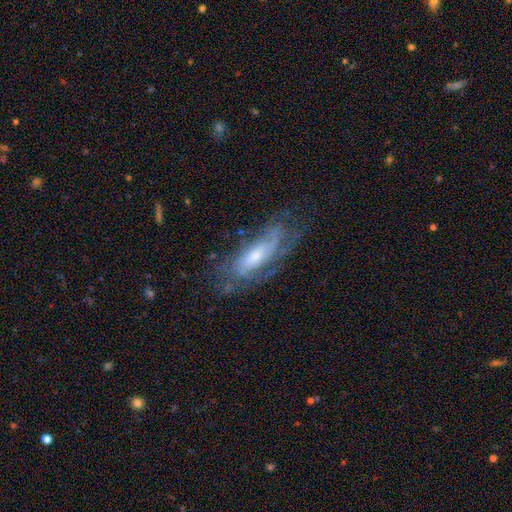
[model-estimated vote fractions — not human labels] featured or disk 70%, smooth 22%, star or artifact 8%. Down the decision tree: edge-on disk — no (79%); bar — no (61%); spiral arms — yes (82%); bulge size — small (47%); merging — none (62%).